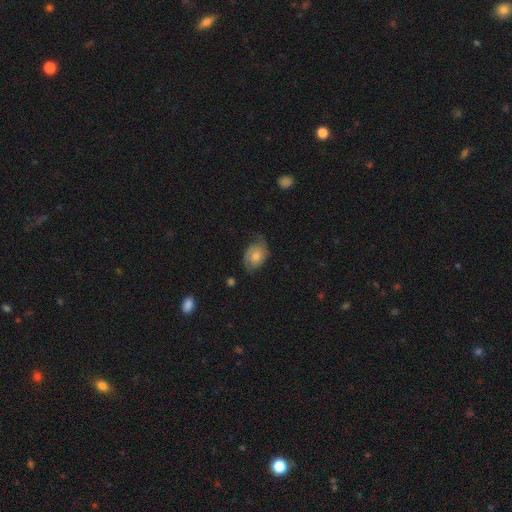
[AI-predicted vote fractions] smooth 47%, featured or disk 45%, star or artifact 8%. Down the decision tree: merging — none (59%).